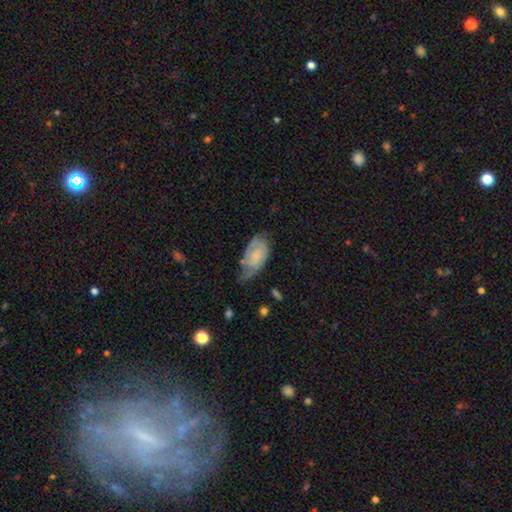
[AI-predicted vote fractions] Overall: smooth (48%; featured or disk 45%). Merging: minor disturbance (40%; none 37%).